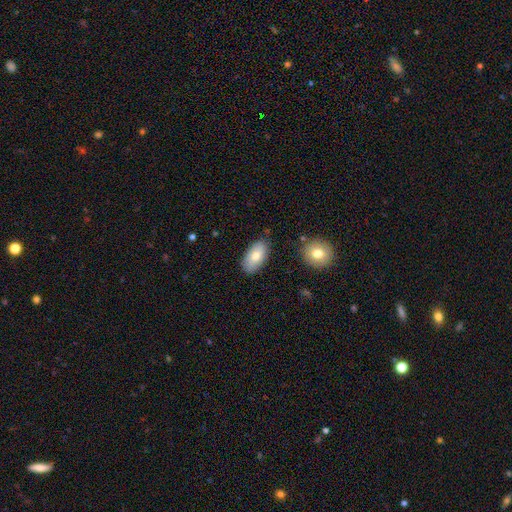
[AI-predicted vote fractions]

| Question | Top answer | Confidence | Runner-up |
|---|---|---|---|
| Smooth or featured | smooth | 72% | featured or disk (22%) |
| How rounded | in between | 94% | round (3%) |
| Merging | none | 79% | minor disturbance (16%) |